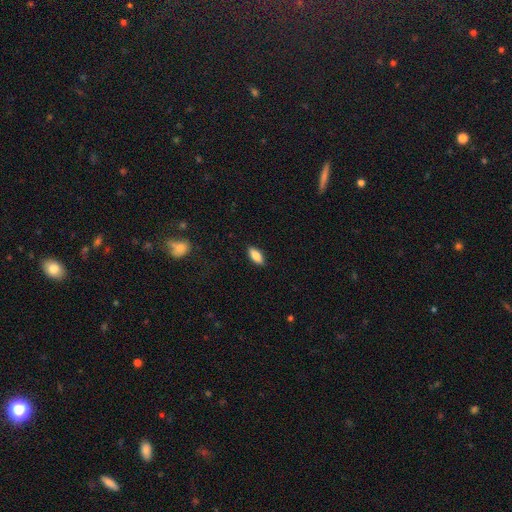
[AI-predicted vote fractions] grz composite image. It shows a smooth galaxy with no disk features (83%) that is in between round and cigar-shaped (82%). Merging: none (89%).